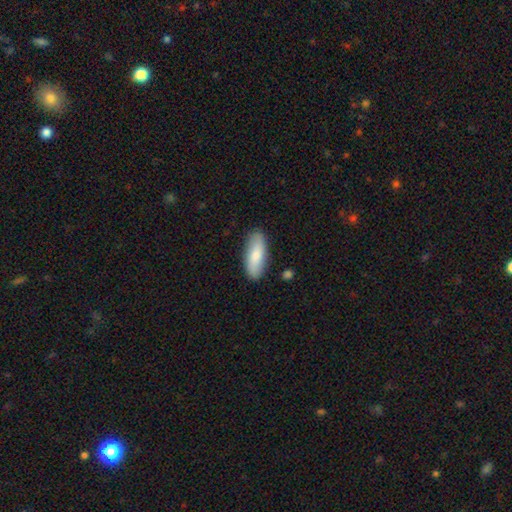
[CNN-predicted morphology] Overall: smooth (79%). How rounded: in between (71%). Merging: none (86%).